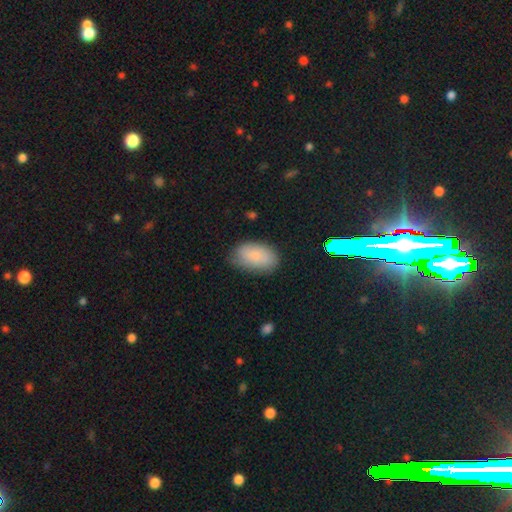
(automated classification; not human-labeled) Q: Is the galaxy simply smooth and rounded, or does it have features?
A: smooth — 83%.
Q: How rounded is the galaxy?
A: in between — 92%.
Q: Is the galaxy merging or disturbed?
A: none — 74%.